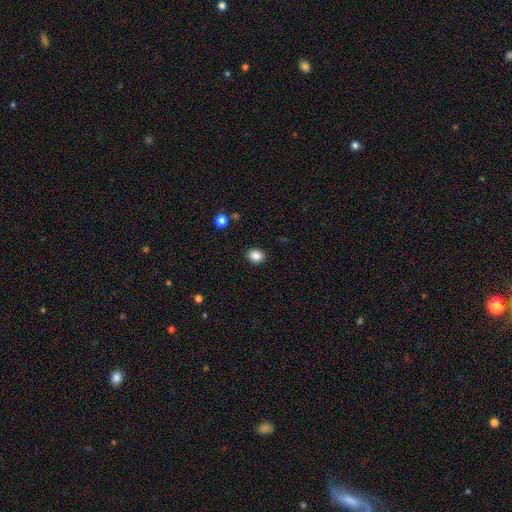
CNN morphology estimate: Smooth or featured: smooth — 87% (star or artifact — 10%)
How rounded: round — 53% (in between — 46%)
Merging: none — 90% (minor disturbance — 7%)